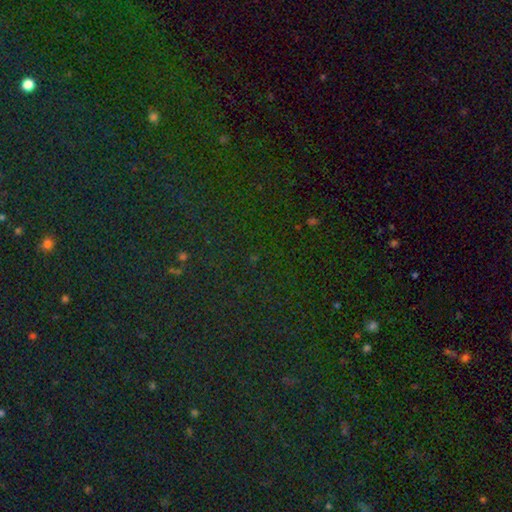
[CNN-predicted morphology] Q: Smooth or featured?
A: star or artifact (80%); runner-up: smooth (13%)